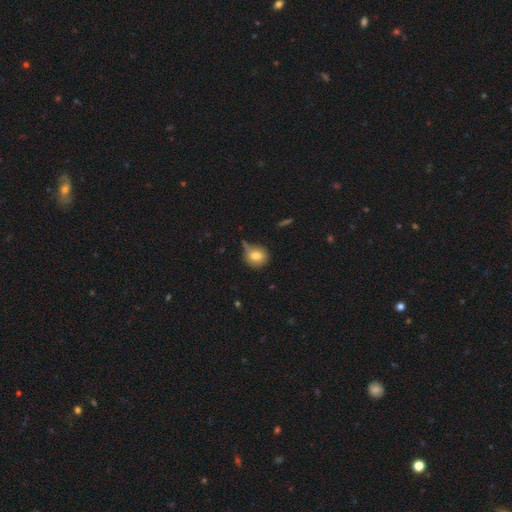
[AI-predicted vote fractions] Smooth or featured? smooth (80%)
How rounded? round (84%)
Merging? none (62%)